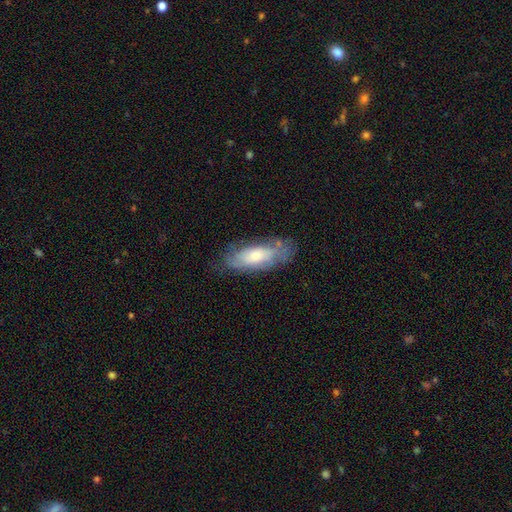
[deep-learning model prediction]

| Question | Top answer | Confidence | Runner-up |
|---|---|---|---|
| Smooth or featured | smooth | 55% | featured or disk (38%) |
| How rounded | in between | 72% | cigar-shaped (25%) |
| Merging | none | 64% | minor disturbance (25%) |